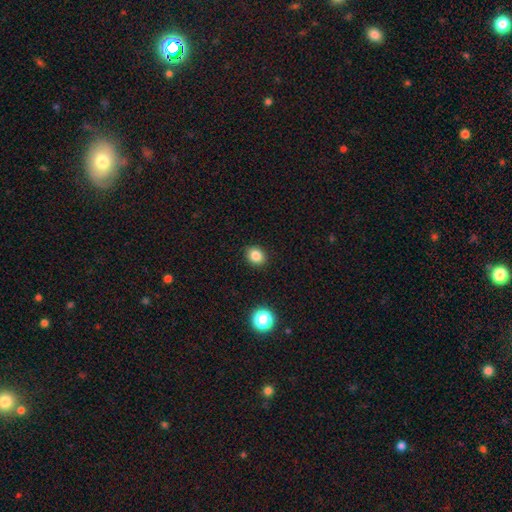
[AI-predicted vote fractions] smooth-or-featured: smooth: 83% | star or artifact: 12% | featured or disk: 5%
  how-rounded: round: 60% | in between: 40% | cigar-shaped: 1%
  merging: none: 91% | minor disturbance: 6% | major disturbance: 2% | merger: 1%